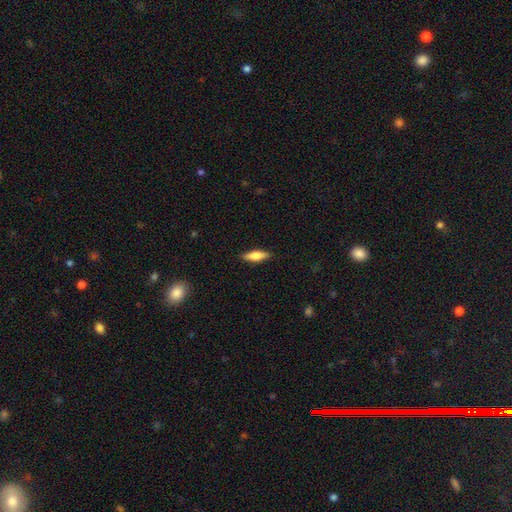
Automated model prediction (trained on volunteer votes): smooth-or-featured: smooth: 70% | featured or disk: 24% | star or artifact: 6%
  how-rounded: cigar-shaped: 54% | in between: 44% | round: 2%
  merging: none: 88% | minor disturbance: 9% | major disturbance: 2% | merger: 1%